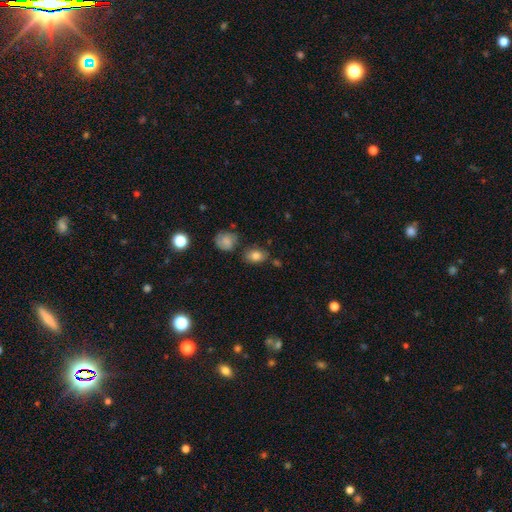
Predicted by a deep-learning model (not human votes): smooth_or_featured: smooth (p=0.81) [alt: featured or disk p=0.09]
how_rounded: in between (p=0.78) [alt: round p=0.20]
merging: none (p=0.74) [alt: minor disturbance p=0.16]